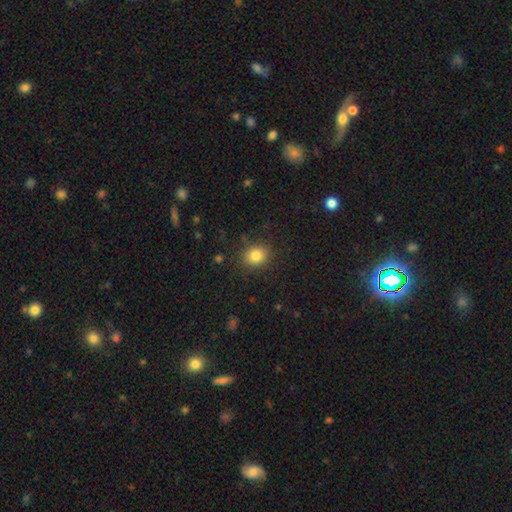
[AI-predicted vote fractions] A smooth galaxy with no disk features (83%) that is round (66%). Merging: none (86%).